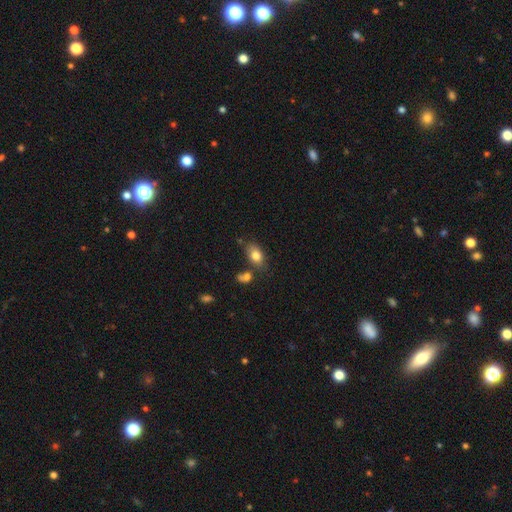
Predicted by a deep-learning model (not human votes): smooth-or-featured: smooth: 80% | featured or disk: 12% | star or artifact: 8%
  how-rounded: in between: 86% | round: 12% | cigar-shaped: 2%
  merging: none: 64% | minor disturbance: 18% | merger: 14% | major disturbance: 5%